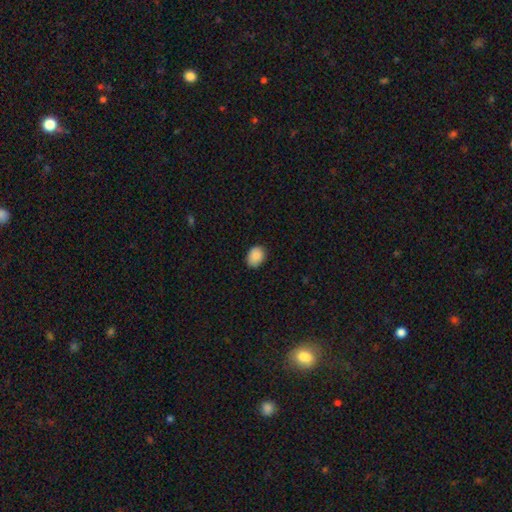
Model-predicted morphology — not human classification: A smooth galaxy with no disk features (89%) that is in between round and cigar-shaped (63%).

Vote fractions:
- Smooth or featured? smooth: 89% / star or artifact: 8% / featured or disk: 3%
- How rounded? in between: 63% / round: 36% / cigar-shaped: 1%
- Merging? none: 84% / minor disturbance: 13% / major disturbance: 2% / merger: 1%